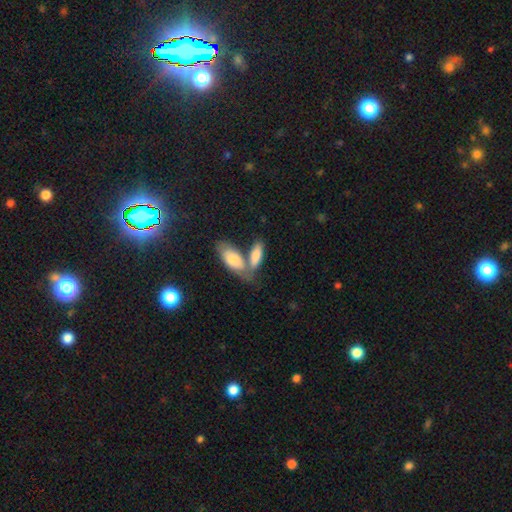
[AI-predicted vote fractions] Smooth or featured?
  - smooth: 79% *
  - featured or disk: 16%
  - star or artifact: 5%
How rounded?
  - in between: 76% *
  - cigar-shaped: 21%
  - round: 3%
Merging?
  - merger: 51% *
  - none: 35%
  - minor disturbance: 10%
  - major disturbance: 4%